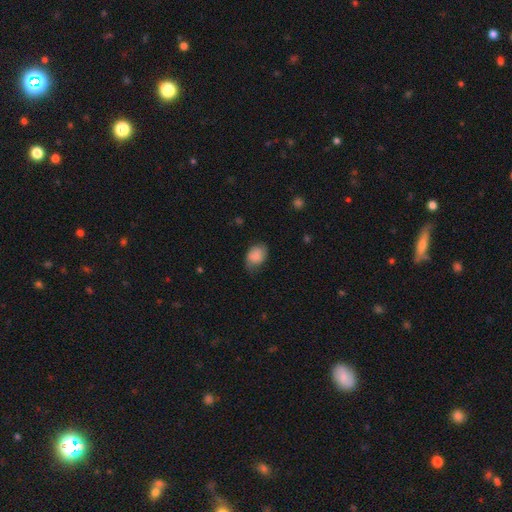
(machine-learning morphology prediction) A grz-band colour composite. It shows a smooth galaxy with no disk features (83%) that is in between round and cigar-shaped (67%). Merging: none (59%).